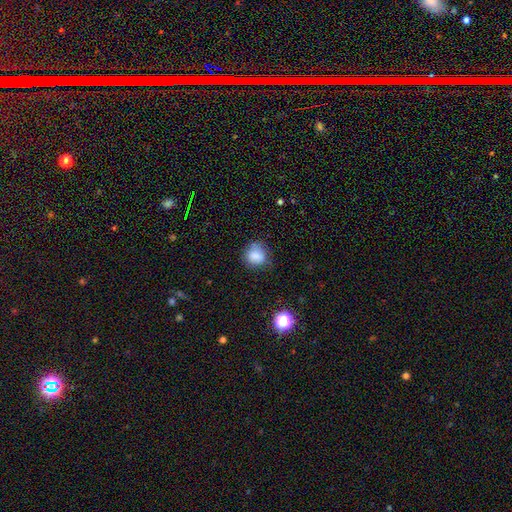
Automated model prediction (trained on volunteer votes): Smooth or featured?
  - smooth: 80% *
  - star or artifact: 11%
  - featured or disk: 9%
How rounded?
  - round: 71% *
  - in between: 28%
  - cigar-shaped: 1%
Merging?
  - none: 63% *
  - minor disturbance: 26%
  - major disturbance: 8%
  - merger: 2%